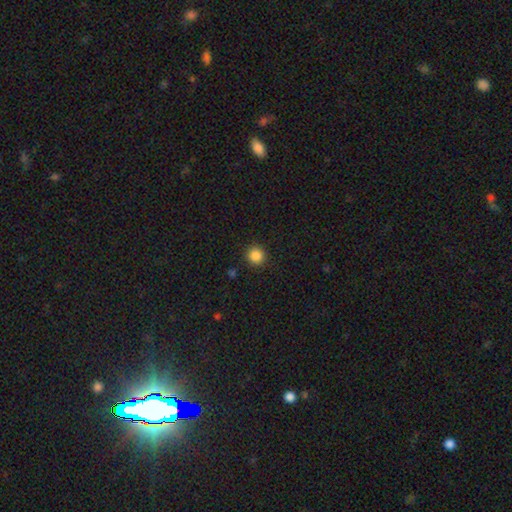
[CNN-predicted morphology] This appears to be a smooth galaxy with no disk features (86%) that is round (94%). Merging: none (92%).